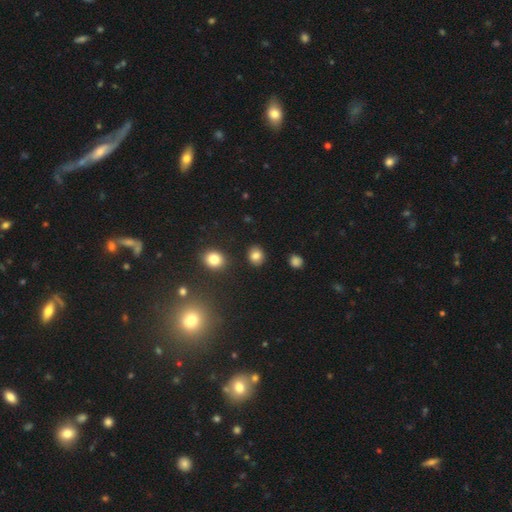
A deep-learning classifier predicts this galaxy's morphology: smooth_or_featured: smooth (p=0.83) [alt: star or artifact p=0.11]
how_rounded: round (p=0.66) [alt: in between p=0.33]
merging: none (p=0.88) [alt: minor disturbance p=0.07]